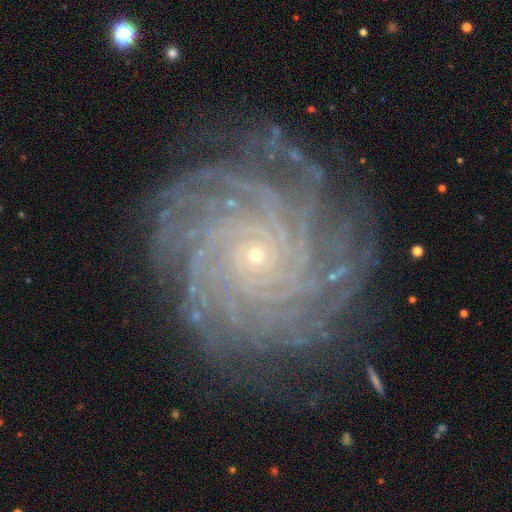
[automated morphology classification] smooth-or-featured: featured or disk: 89% | star or artifact: 6% | smooth: 5%
  disk-edge-on: no: 98% | yes: 2%
    bar: no: 79% | weak: 15% | strong: 6%
    has-spiral-arms: yes: 98% | no: 2%
      spiral-winding: tight: 85% | medium: 12% | loose: 3%
      spiral-arm-count: more than 4: 47% | 4: 15% | can't tell: 14% | 3: 9% | 2: 8% | 1: 8%
    bulge-size: small: 89% | moderate: 7% | none: 1% | large: 1% | dominant: 1%
  merging: none: 84% | minor disturbance: 11% | major disturbance: 4% | merger: 1%